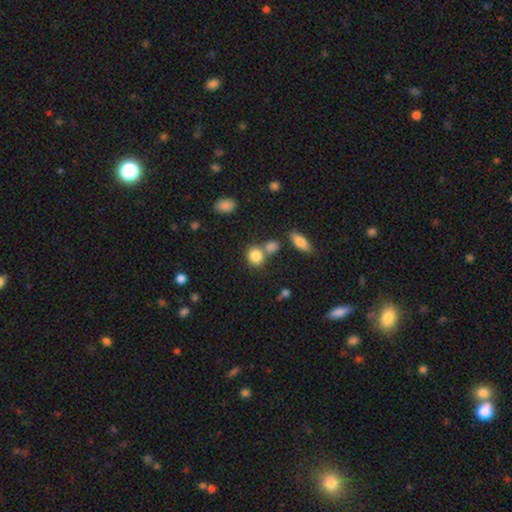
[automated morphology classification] A smooth galaxy with no disk features (83%) that is round (72%). Merging: none (58%).